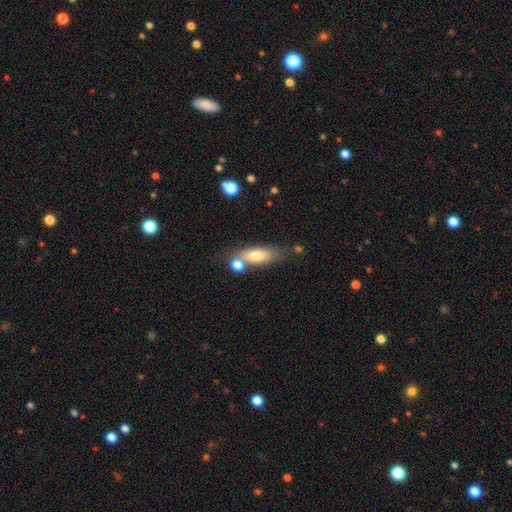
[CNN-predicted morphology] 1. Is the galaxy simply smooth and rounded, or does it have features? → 70% smooth, 22% featured or disk, 8% star or artifact.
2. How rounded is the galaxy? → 63% in between, 32% cigar-shaped, 5% round.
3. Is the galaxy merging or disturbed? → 55% none, 23% merger, 16% minor disturbance, 6% major disturbance.